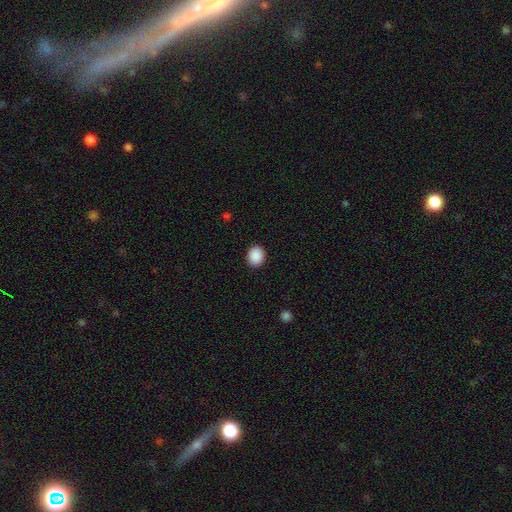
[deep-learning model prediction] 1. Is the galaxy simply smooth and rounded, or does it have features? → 90% smooth, 8% star or artifact, 2% featured or disk.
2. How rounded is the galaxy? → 61% round, 38% in between, 1% cigar-shaped.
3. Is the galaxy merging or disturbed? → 91% none, 6% minor disturbance, 2% major disturbance, 1% merger.